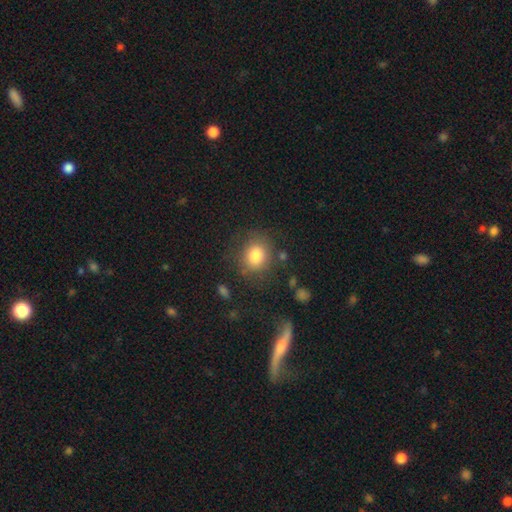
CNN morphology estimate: Smooth or featured? Predicted: smooth (p=0.82). How rounded? Predicted: round (p=0.70). Merging? Predicted: none (p=0.78).